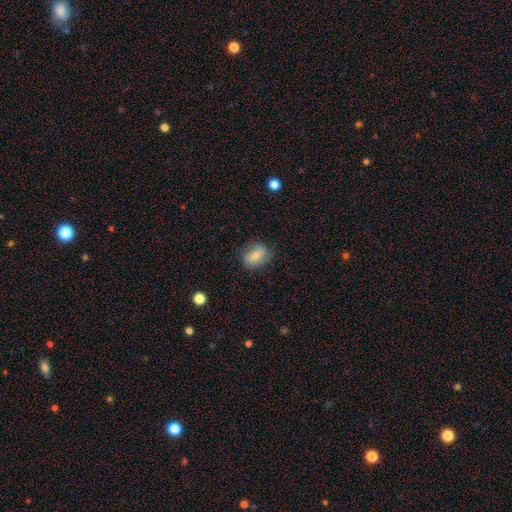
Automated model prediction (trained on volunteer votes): This appears to be a smooth galaxy with no disk features (66%) that is in between round and cigar-shaped (58%). Merging: none (71%).